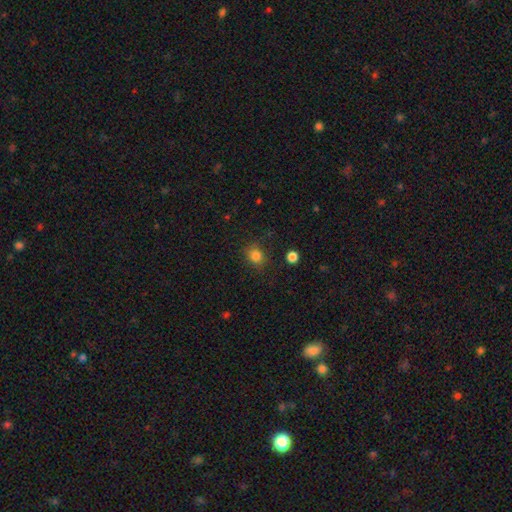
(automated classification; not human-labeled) Morphology: type=smooth (83%); roundness=round (71%); merging=none (82%).